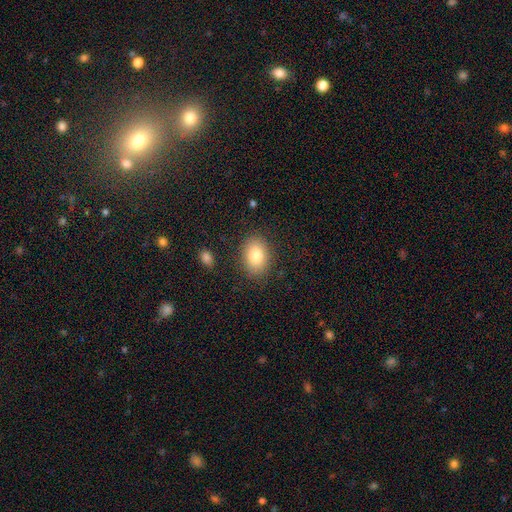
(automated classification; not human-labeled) A smooth galaxy with no disk features (82%) that is in between round and cigar-shaped (74%).

Vote fractions:
- Smooth or featured? smooth: 82% / featured or disk: 10% / star or artifact: 8%
- How rounded? in between: 74% / round: 25% / cigar-shaped: 1%
- Merging? none: 85% / minor disturbance: 10% / major disturbance: 3% / merger: 2%